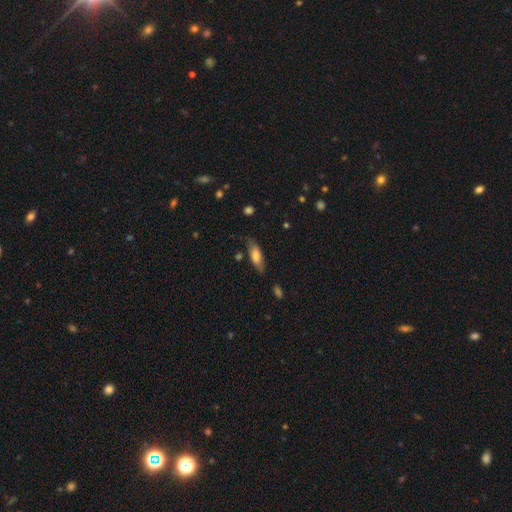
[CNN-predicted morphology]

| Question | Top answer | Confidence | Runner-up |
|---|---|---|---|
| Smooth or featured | smooth | 71% | featured or disk (23%) |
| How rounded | in between | 59% | cigar-shaped (39%) |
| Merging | none | 74% | minor disturbance (19%) |